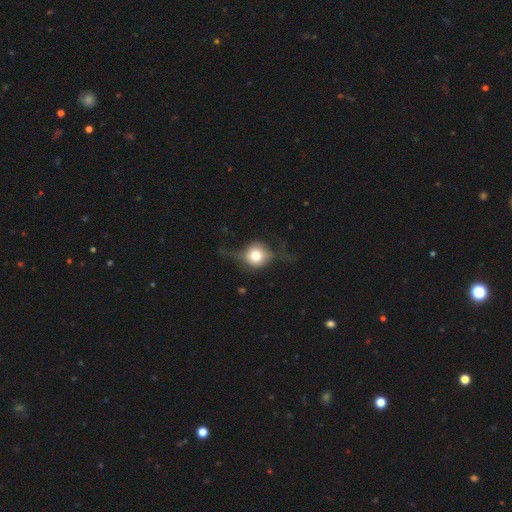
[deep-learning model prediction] A featured or disk galaxy (48%). Merging: none (62%).